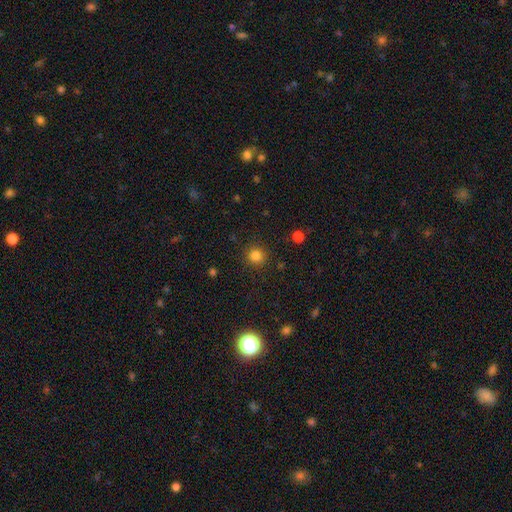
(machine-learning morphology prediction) The model was most divided on "smooth or featured": smooth: 82%, star or artifact: 13%, featured or disk: 5%. More confident: how rounded — round (91%); merging — none (89%).